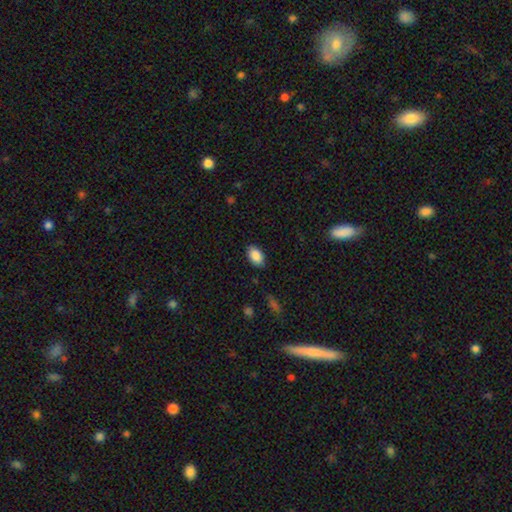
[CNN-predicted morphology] This appears to be a smooth galaxy with no disk features (88%) that is in between round and cigar-shaped (92%). Merging: none (85%).